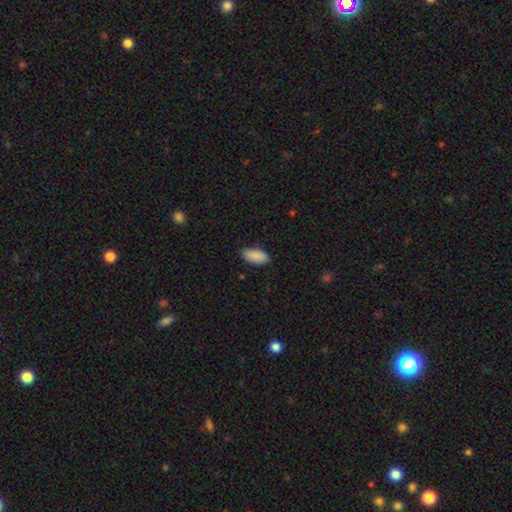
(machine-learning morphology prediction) This is clearly a smooth galaxy (90%). How rounded: clearly in between (89%). Merging: clearly none (86%).